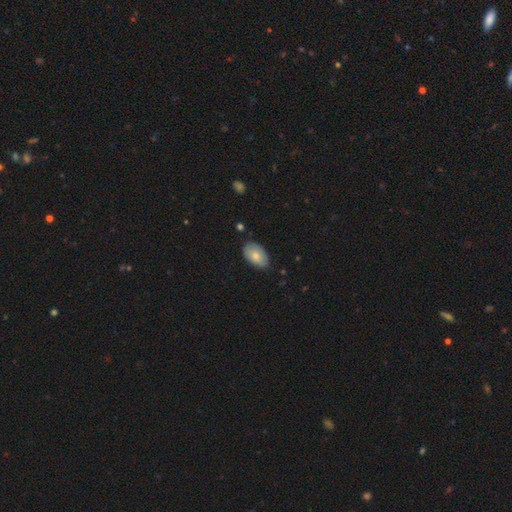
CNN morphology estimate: Smooth or featured: smooth — 73% (featured or disk — 20%)
How rounded: in between — 93% (round — 6%)
Merging: none — 78% (minor disturbance — 18%)